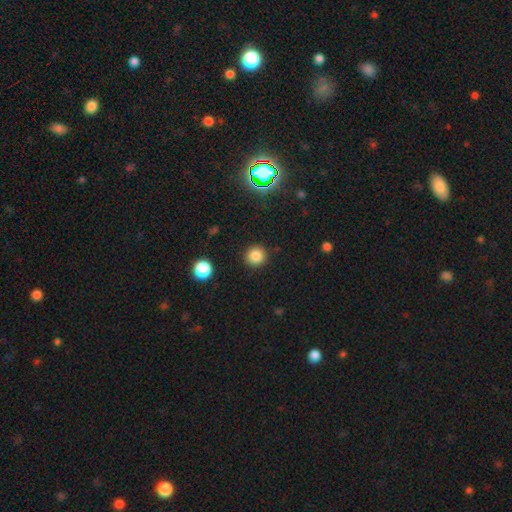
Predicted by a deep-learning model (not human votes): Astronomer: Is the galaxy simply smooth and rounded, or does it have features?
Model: smooth — 84%.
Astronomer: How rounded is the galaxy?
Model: round — 94%.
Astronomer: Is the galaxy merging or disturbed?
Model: none — 90%.